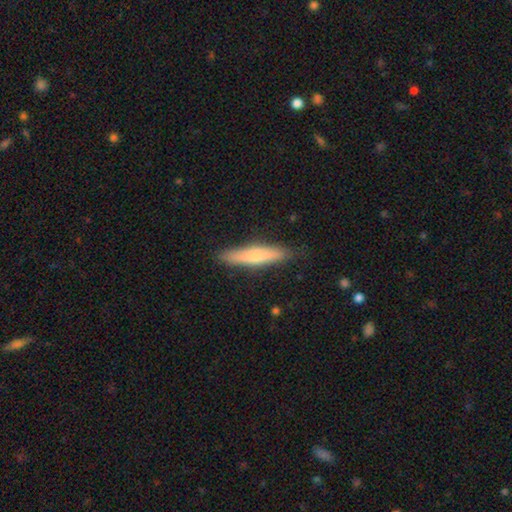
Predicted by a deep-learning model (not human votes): Smooth or featured?
  - smooth: 65% *
  - featured or disk: 29%
  - star or artifact: 6%
How rounded?
  - cigar-shaped: 87% *
  - in between: 11%
  - round: 1%
Merging?
  - none: 86% *
  - minor disturbance: 10%
  - major disturbance: 2%
  - merger: 1%